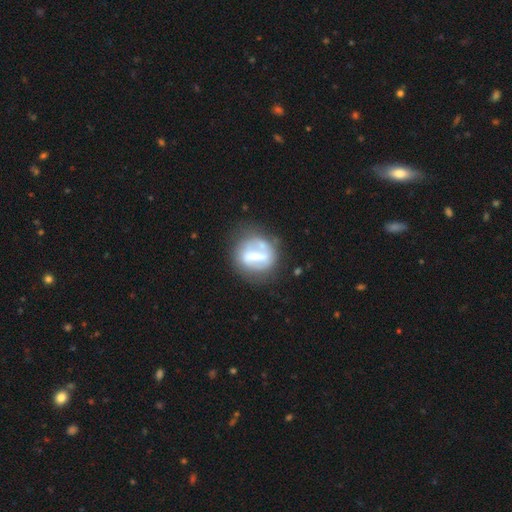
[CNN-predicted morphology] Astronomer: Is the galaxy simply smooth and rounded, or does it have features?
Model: featured or disk — 60%.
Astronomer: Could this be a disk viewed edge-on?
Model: no — 94%.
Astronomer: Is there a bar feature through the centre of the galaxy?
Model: strong — 64%.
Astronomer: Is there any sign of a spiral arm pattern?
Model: no — 66%.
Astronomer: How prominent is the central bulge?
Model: moderate — 32% (runner-up: none, 27%).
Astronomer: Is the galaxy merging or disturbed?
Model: none — 55%.